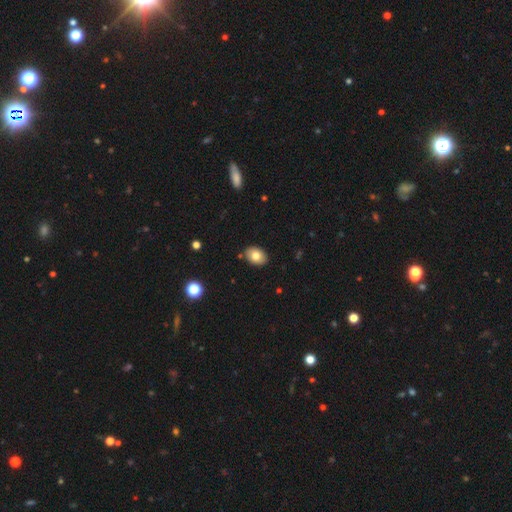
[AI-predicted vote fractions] smooth_or_featured: smooth (p=0.80) [alt: featured or disk p=0.12]
how_rounded: in between (p=0.80) [alt: round p=0.19]
merging: none (p=0.86) [alt: minor disturbance p=0.10]